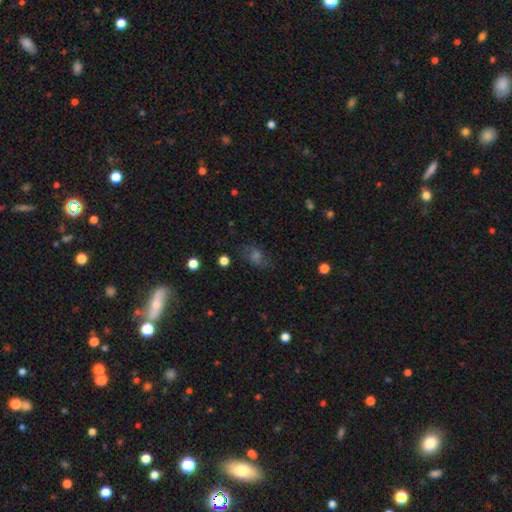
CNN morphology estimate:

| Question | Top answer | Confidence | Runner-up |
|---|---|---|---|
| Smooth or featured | smooth | 40% | featured or disk (31%) |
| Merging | none | 70% | minor disturbance (17%) |